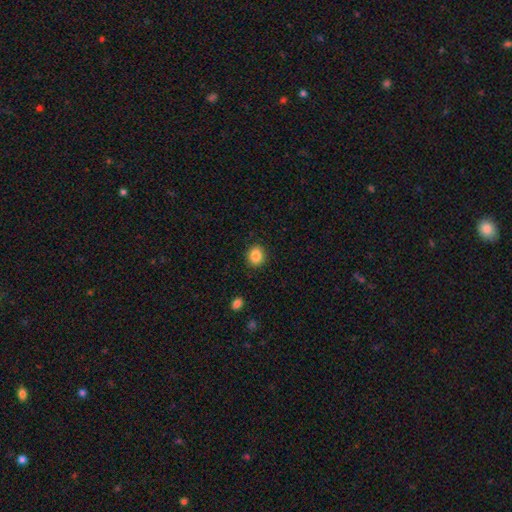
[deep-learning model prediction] Morphology: type=smooth (85%); roundness=round (77%); merging=none (89%).